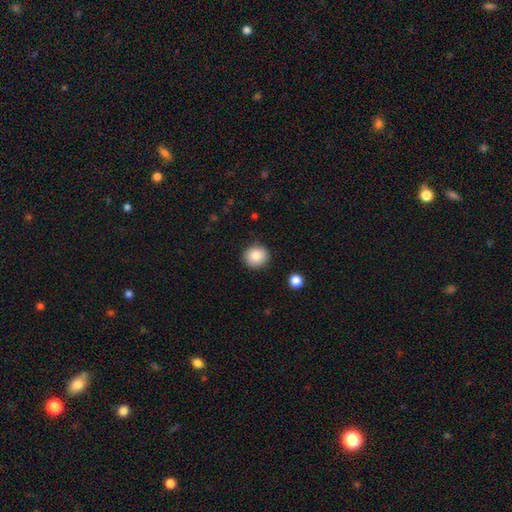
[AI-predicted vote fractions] Smooth or featured? Predicted: smooth (p=0.84). How rounded? Predicted: round (p=0.88). Merging? Predicted: none (p=0.90).